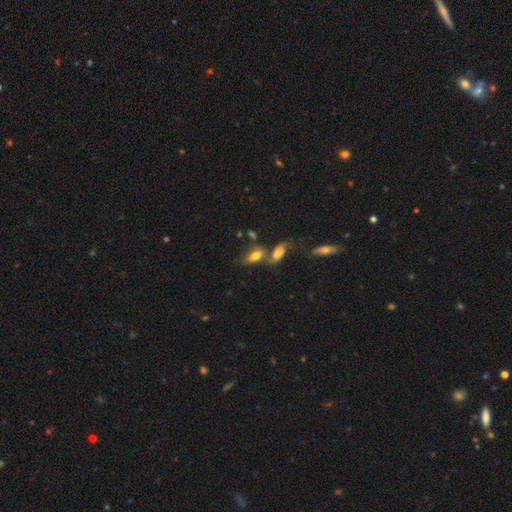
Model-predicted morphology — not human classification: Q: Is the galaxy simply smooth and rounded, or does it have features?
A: smooth — 64%.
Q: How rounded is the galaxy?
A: in between — 84%.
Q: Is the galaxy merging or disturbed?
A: merger — 43%.